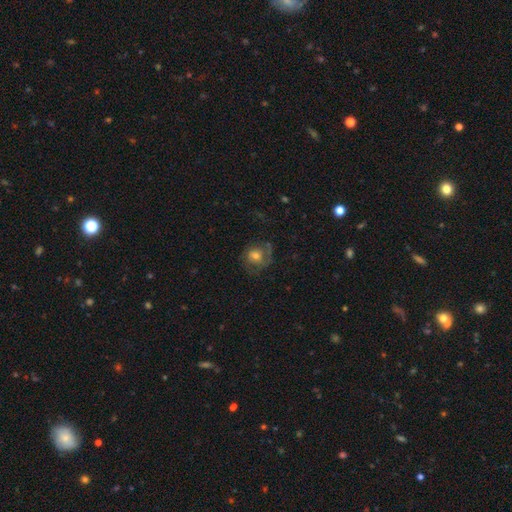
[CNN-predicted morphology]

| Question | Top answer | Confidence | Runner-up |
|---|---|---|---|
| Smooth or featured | smooth | 46% | featured or disk (44%) |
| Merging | none | 55% | minor disturbance (22%) |